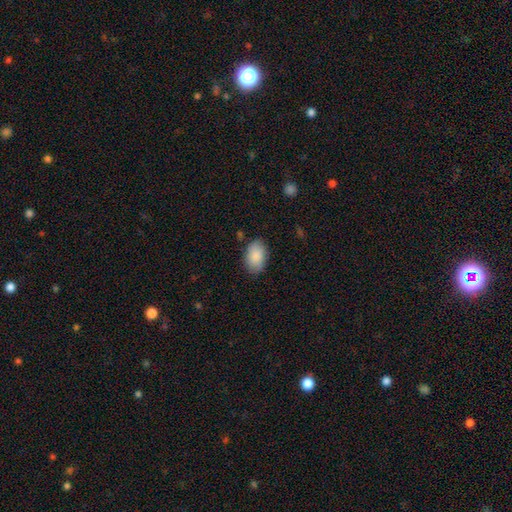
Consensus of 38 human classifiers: A smooth galaxy with no disk features (89%) that is in between round and cigar-shaped (88%).

Vote fractions:
- Smooth or featured? smooth: 89% / featured or disk: 8% / star or artifact: 3%
- How rounded? in between: 88% / round: 12% / cigar-shaped: 0%
- Merging? none: 84% / minor disturbance: 8% / major disturbance: 8% / merger: 0%